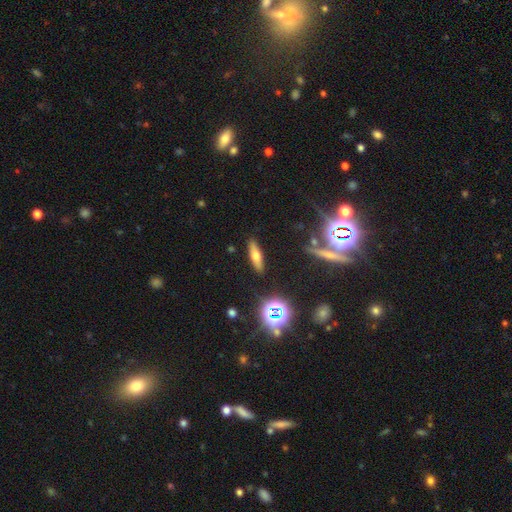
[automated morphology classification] A smooth galaxy with no disk features (55%) that is cigar-shaped (62%).

Vote fractions:
- Smooth or featured? smooth: 55% / featured or disk: 31% / star or artifact: 14%
- How rounded? cigar-shaped: 62% / in between: 34% / round: 4%
- Merging? none: 88% / minor disturbance: 8% / major disturbance: 2% / merger: 2%